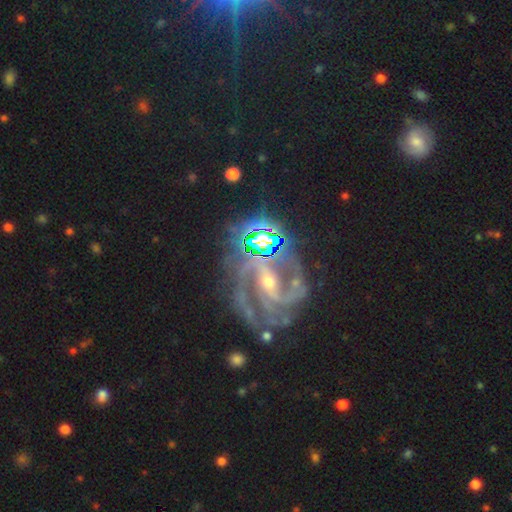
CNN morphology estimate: Overall: featured or disk (69%). Edge-on disk: no (97%). Bar: no (39%; weak 37%). Spiral arms: yes (93%). Spiral arm count: 2 (39%; 3 19%). Spiral winding: medium (45%; tight 41%). Bulge size: small (65%; moderate 29%). Merging: none (56%; minor disturbance 17%).